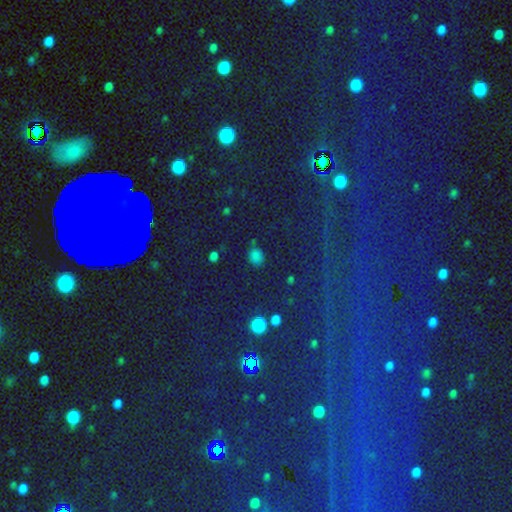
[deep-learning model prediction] Smooth or featured?
  - smooth: 62% *
  - star or artifact: 32%
  - featured or disk: 6%
How rounded?
  - round: 64% *
  - in between: 34%
  - cigar-shaped: 2%
Merging?
  - none: 83% *
  - minor disturbance: 10%
  - major disturbance: 4%
  - merger: 3%